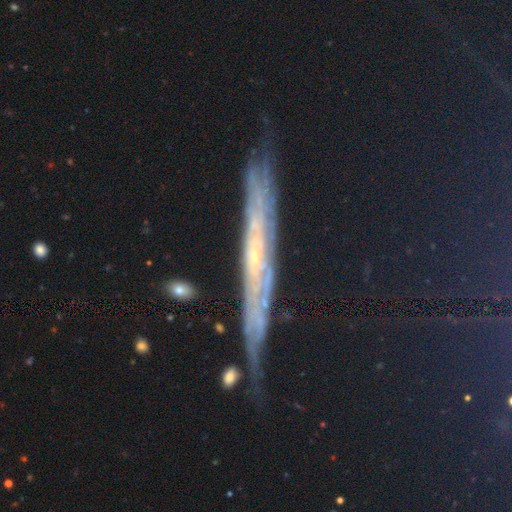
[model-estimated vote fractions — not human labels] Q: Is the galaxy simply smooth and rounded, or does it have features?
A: featured or disk — 53%.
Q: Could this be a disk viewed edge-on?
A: yes — 61%.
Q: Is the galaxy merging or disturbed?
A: none — 79%.